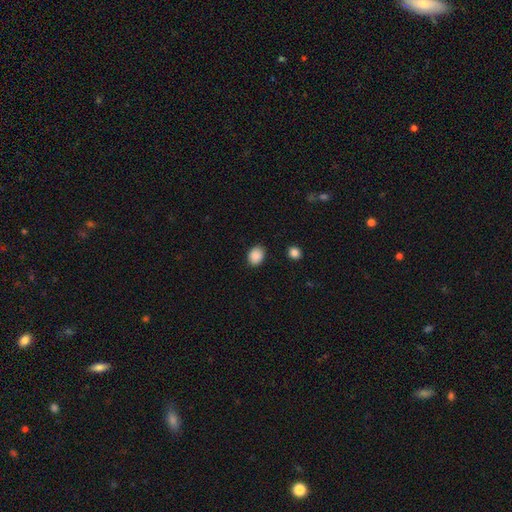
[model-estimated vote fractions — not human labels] Morphology: type=smooth (89%); roundness=in between (55%); merging=none (86%).